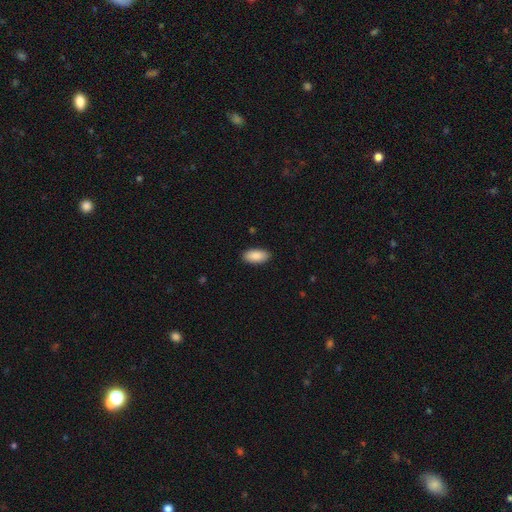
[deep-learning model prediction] smooth-or-featured: smooth: 90% | star or artifact: 6% | featured or disk: 4%
  how-rounded: in between: 92% | cigar-shaped: 6% | round: 2%
  merging: none: 89% | minor disturbance: 8% | major disturbance: 2% | merger: 1%